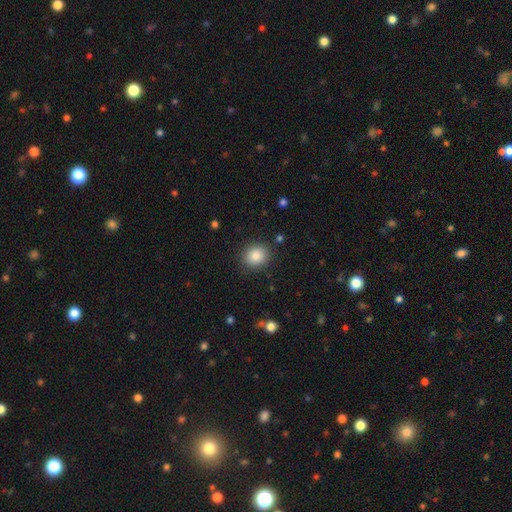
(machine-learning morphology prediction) smooth-or-featured: smooth: 86% | star or artifact: 9% | featured or disk: 5%
  how-rounded: round: 72% | in between: 27% | cigar-shaped: 1%
  merging: none: 88% | minor disturbance: 8% | major disturbance: 3% | merger: 1%